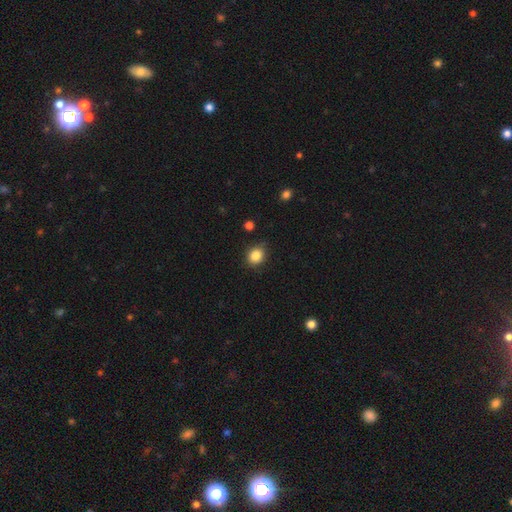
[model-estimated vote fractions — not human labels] This is clearly a smooth galaxy (86%). How rounded: likely round (68%). Merging: clearly none (85%).